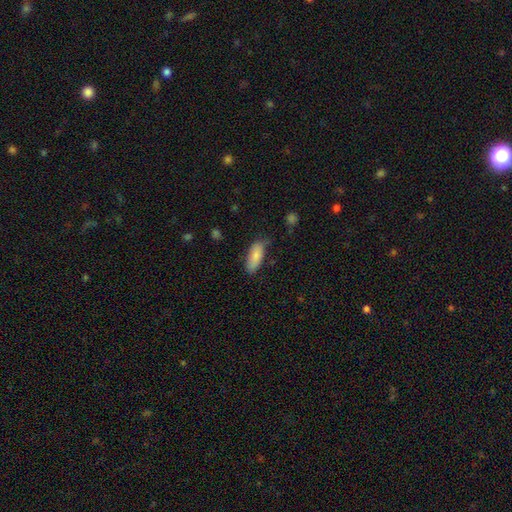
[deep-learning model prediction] This appears to be a smooth galaxy with no disk features (85%) that is in between round and cigar-shaped (76%). Merging: none (73%).